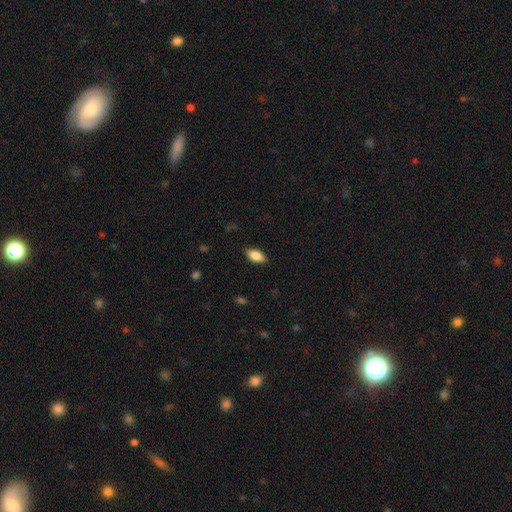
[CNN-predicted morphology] smooth_or_featured: smooth (p=0.83) [alt: featured or disk p=0.10]
how_rounded: in between (p=0.88) [alt: cigar-shaped p=0.09]
merging: none (p=0.86) [alt: minor disturbance p=0.11]